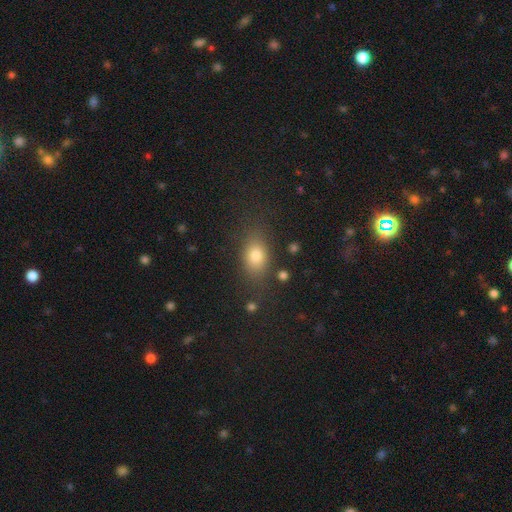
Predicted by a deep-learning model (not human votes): Smooth or featured?
  - smooth: 79% *
  - star or artifact: 12%
  - featured or disk: 9%
How rounded?
  - in between: 73% *
  - round: 22%
  - cigar-shaped: 4%
Merging?
  - none: 76% *
  - minor disturbance: 15%
  - major disturbance: 6%
  - merger: 3%